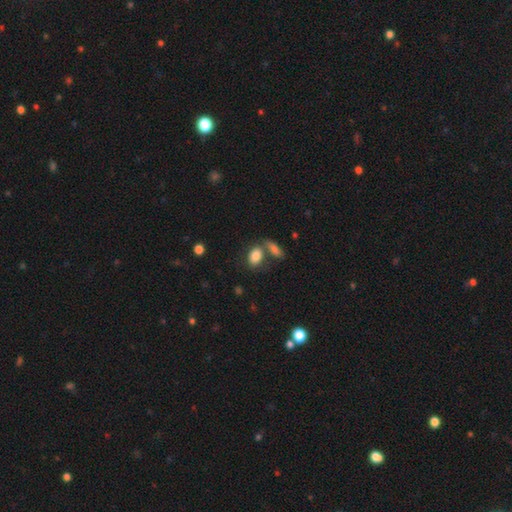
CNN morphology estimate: smooth-or-featured: smooth: 84% | featured or disk: 9% | star or artifact: 8%
  how-rounded: in between: 86% | round: 11% | cigar-shaped: 3%
  merging: none: 49% | merger: 34% | minor disturbance: 12% | major disturbance: 5%